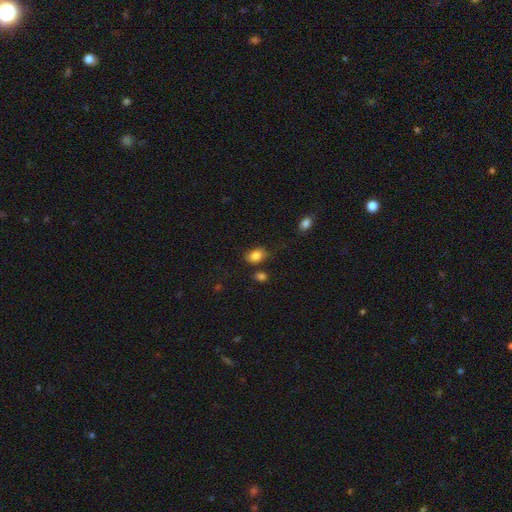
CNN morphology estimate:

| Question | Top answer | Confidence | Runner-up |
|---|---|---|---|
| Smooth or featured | smooth | 85% | star or artifact (9%) |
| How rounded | in between | 78% | round (21%) |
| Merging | none | 72% | minor disturbance (17%) |